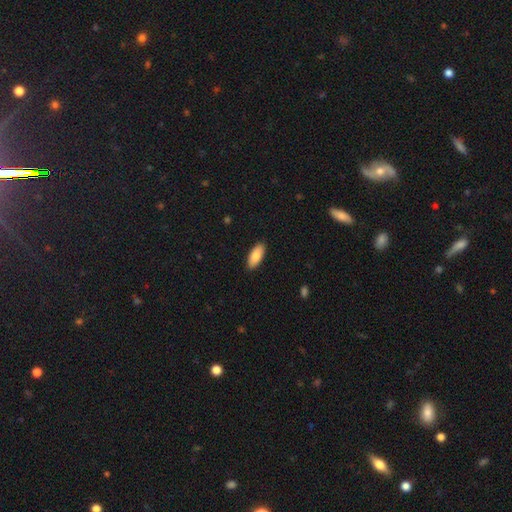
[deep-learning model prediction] smooth 86%, featured or disk 8%, star or artifact 6%. Down the decision tree: how rounded — in between (85%); merging — none (90%).